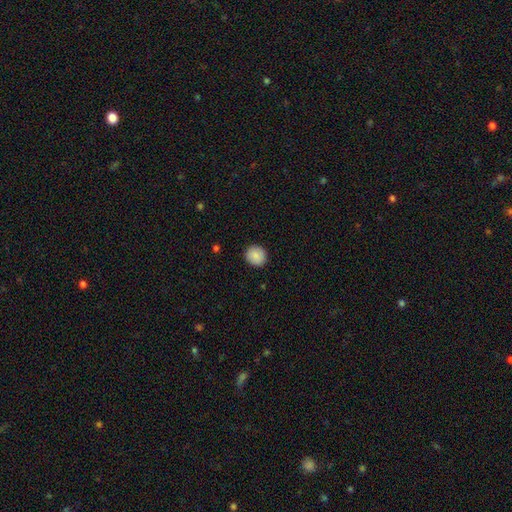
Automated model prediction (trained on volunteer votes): smooth-or-featured: smooth: 88% | star or artifact: 8% | featured or disk: 4%
  how-rounded: round: 89% | in between: 10% | cigar-shaped: 1%
  merging: none: 91% | minor disturbance: 7% | major disturbance: 2% | merger: 1%